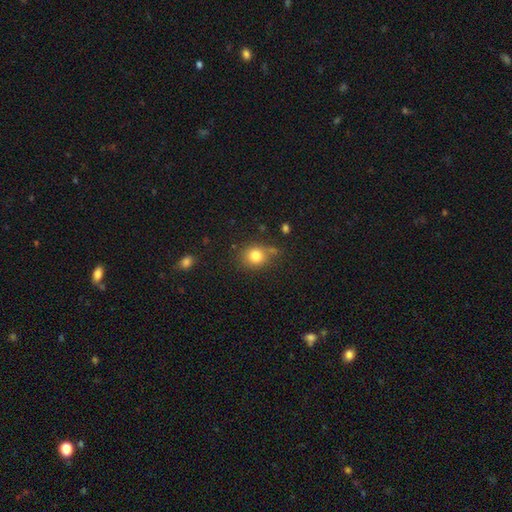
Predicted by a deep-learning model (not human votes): Morphology: type=smooth (80%); roundness=round (76%); merging=none (70%).